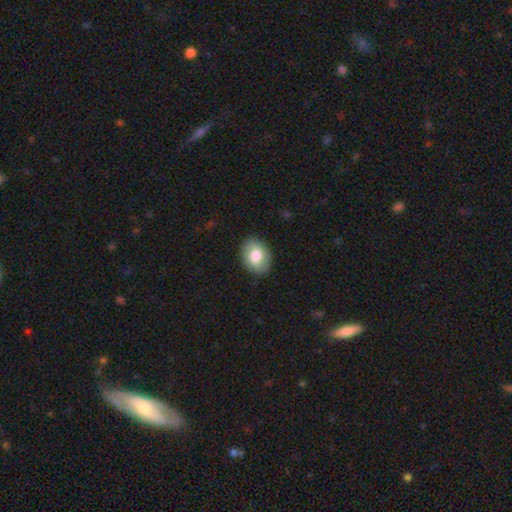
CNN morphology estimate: smooth 78%, featured or disk 15%, star or artifact 7%. Down the decision tree: how rounded — in between (68%); merging — none (87%).